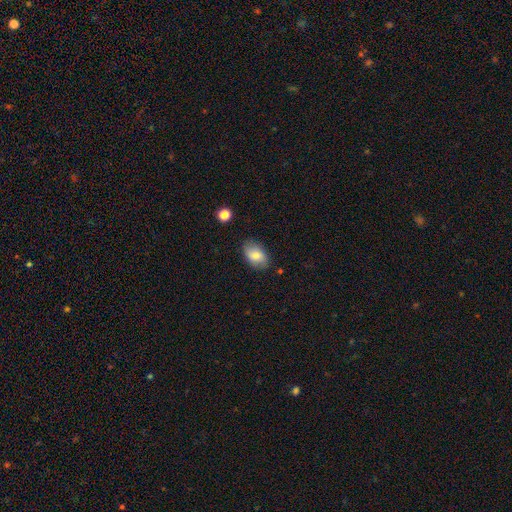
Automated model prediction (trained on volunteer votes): A smooth galaxy with no disk features (78%) that is in between round and cigar-shaped (91%). Merging: none (81%).